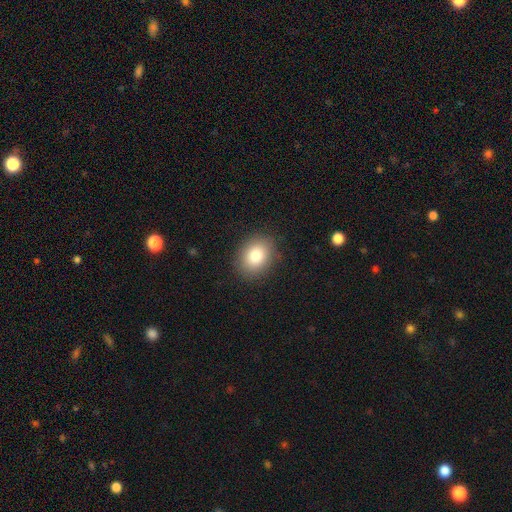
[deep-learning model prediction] Smooth or featured? smooth (83%)
How rounded? in between (55%)
Merging? none (88%)